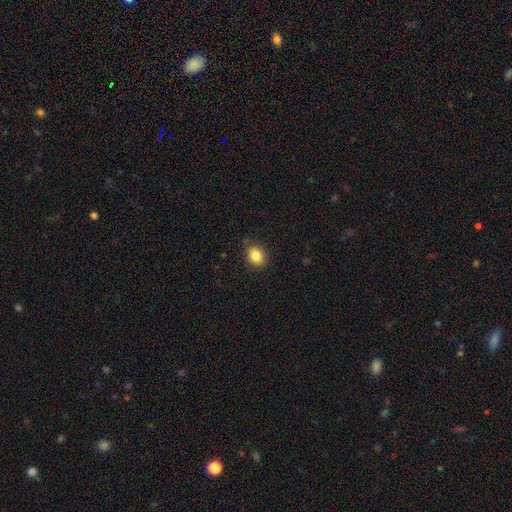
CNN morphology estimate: type=smooth (86%); roundness=in between (62%); merging=none (82%).